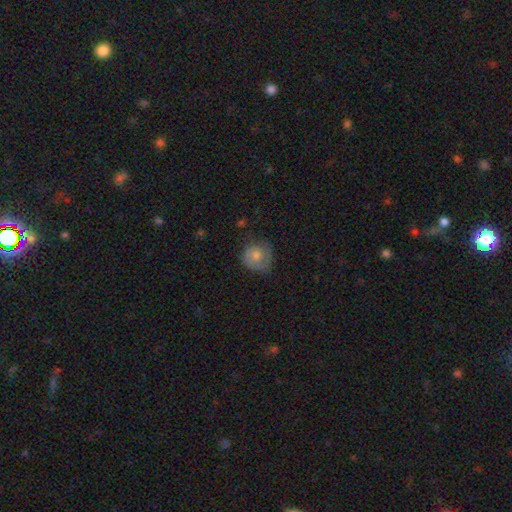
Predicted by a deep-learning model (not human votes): Smooth or featured: smooth — 66% (featured or disk — 26%)
How rounded: round — 82% (in between — 17%)
Merging: none — 52% (minor disturbance — 31%)